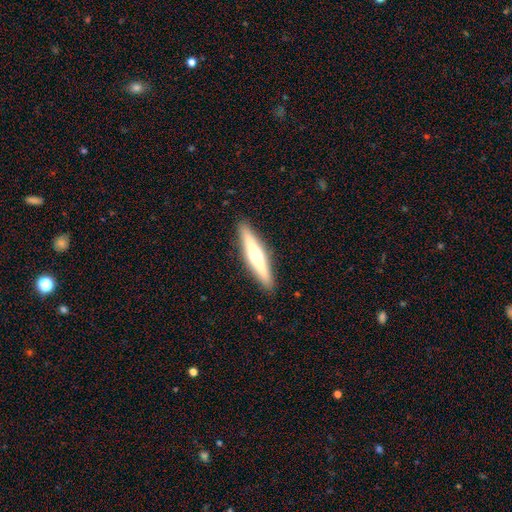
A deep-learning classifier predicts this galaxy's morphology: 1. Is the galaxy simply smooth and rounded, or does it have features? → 60% featured or disk, 34% smooth, 6% star or artifact.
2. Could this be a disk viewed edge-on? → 96% yes, 4% no.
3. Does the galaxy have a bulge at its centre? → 91% rounded, 5% none, 4% boxy.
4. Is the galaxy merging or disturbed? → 91% none, 6% minor disturbance, 2% major disturbance, 1% merger.